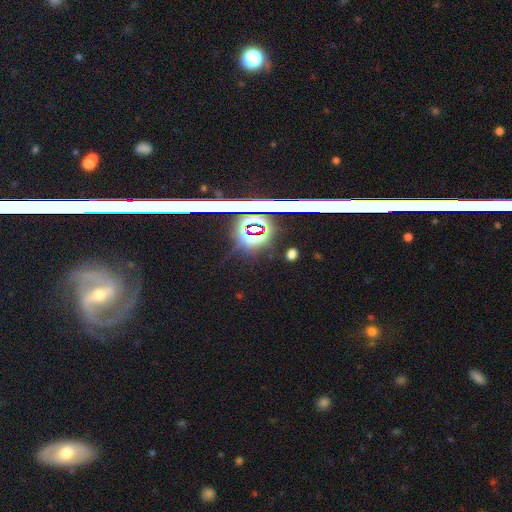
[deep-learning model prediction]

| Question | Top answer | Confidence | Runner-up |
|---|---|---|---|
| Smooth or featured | star or artifact | 45% | featured or disk (39%) |